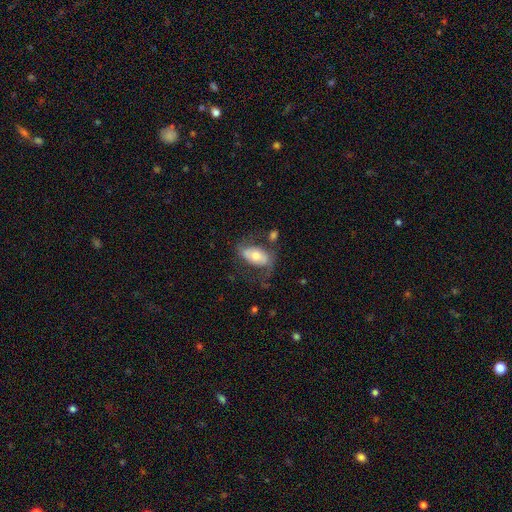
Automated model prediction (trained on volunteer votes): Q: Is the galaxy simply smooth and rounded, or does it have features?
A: smooth — 51%.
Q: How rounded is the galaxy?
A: in between — 90%.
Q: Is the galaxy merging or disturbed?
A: none — 52%.